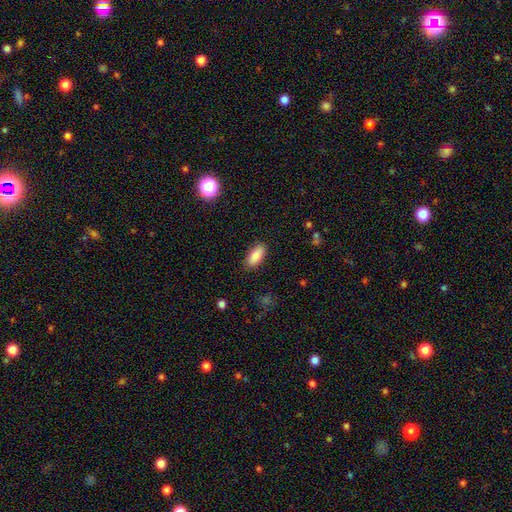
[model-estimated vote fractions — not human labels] A smooth galaxy with no disk features (87%) that is in between round and cigar-shaped (87%).

Vote fractions:
- Smooth or featured? smooth: 87% / star or artifact: 7% / featured or disk: 6%
- How rounded? in between: 87% / cigar-shaped: 10% / round: 2%
- Merging? none: 87% / minor disturbance: 9% / major disturbance: 2% / merger: 1%